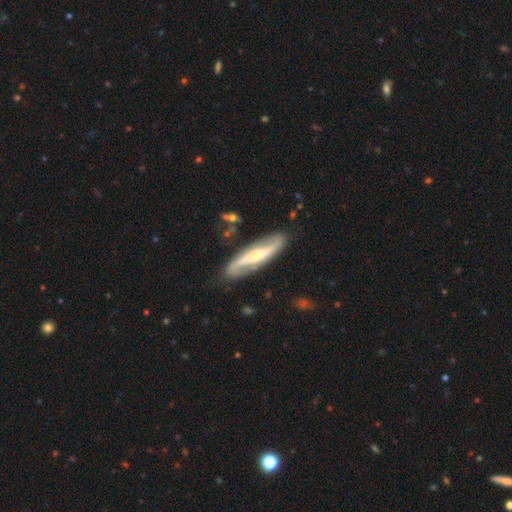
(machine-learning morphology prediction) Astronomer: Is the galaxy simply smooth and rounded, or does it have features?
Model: featured or disk — 81%.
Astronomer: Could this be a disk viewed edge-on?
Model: no — 80%.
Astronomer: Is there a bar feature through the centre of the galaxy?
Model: strong — 46% (runner-up: weak, 29%).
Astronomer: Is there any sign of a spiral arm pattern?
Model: yes — 94%.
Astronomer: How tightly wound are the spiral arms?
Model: loose — 56%.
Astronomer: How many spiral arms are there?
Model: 2 — 91%.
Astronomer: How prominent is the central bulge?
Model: small — 46% (runner-up: moderate, 42%).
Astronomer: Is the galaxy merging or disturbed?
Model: none — 82%.